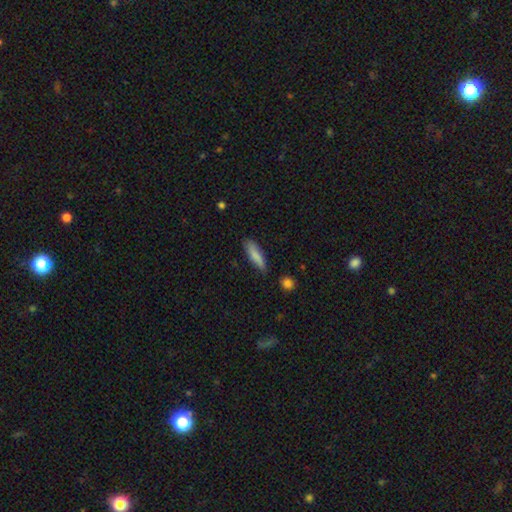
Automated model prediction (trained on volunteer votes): Morphology: type=smooth (82%); roundness=cigar-shaped (63%); merging=none (77%).